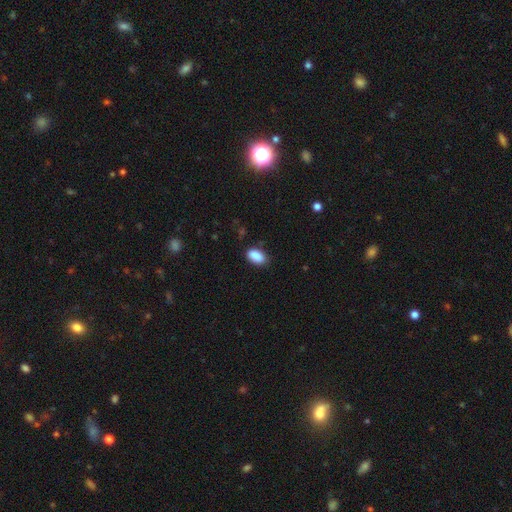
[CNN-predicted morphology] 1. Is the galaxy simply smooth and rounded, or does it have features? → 89% smooth, 7% star or artifact, 4% featured or disk.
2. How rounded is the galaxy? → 92% in between, 6% round, 2% cigar-shaped.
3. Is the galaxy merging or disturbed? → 80% none, 15% minor disturbance, 3% major disturbance, 1% merger.